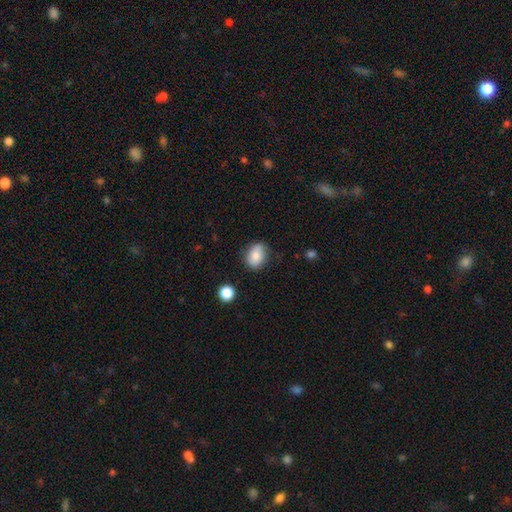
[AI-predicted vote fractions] smooth_or_featured: smooth (p=0.78) [alt: featured or disk p=0.13]
how_rounded: in between (p=0.69) [alt: round p=0.29]
merging: none (p=0.78) [alt: minor disturbance p=0.17]